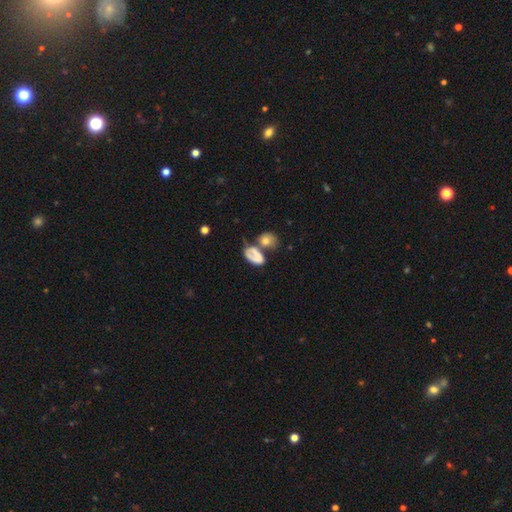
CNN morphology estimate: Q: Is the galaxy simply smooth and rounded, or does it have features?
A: smooth — 62%.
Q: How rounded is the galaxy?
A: in between — 81%.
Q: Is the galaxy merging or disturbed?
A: merger — 38%.